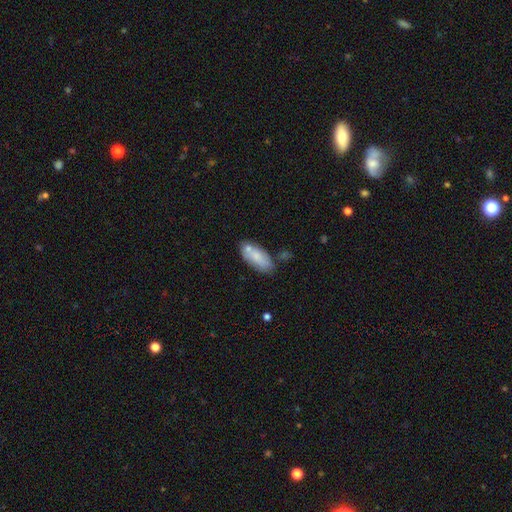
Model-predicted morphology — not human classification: Overall: smooth (75%). How rounded: in between (80%). Merging: none (62%).